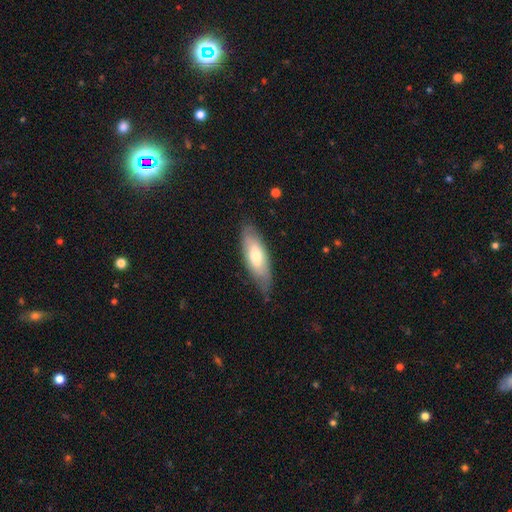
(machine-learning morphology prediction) The model was most divided on "smooth or featured": smooth: 64%, featured or disk: 31%, star or artifact: 6%. More confident: merging — none (70%); how rounded — in between (68%).